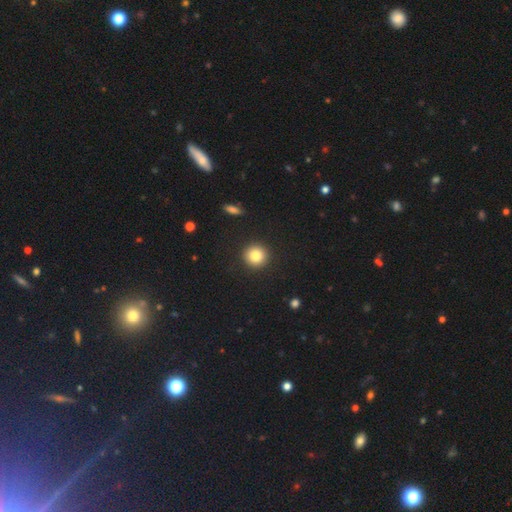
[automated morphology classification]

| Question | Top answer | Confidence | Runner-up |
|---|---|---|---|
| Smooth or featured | smooth | 83% | star or artifact (10%) |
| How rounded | round | 94% | in between (5%) |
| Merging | none | 92% | minor disturbance (5%) |